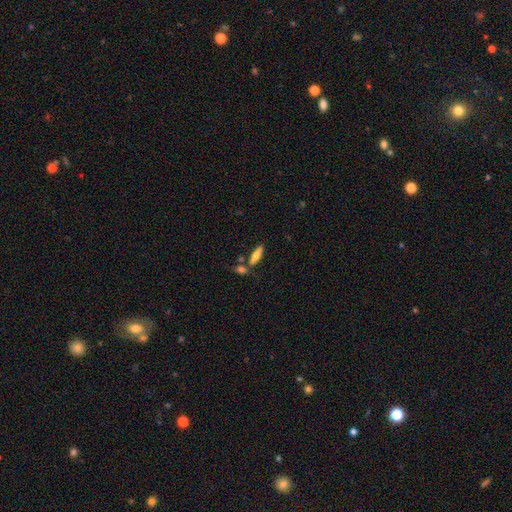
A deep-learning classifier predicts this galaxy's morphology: smooth_or_featured: smooth (p=0.61) [alt: featured or disk p=0.32]
how_rounded: cigar-shaped (p=0.55) [alt: in between p=0.43]
merging: none (p=0.64) [alt: merger p=0.20]